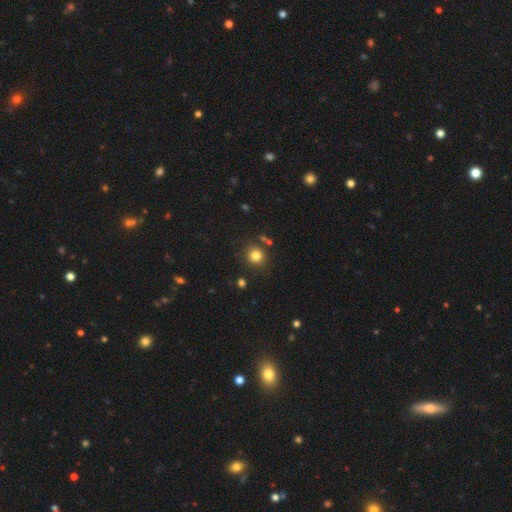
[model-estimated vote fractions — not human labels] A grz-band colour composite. It shows a smooth galaxy with no disk features (81%) that is round (89%). Merging: none (83%).